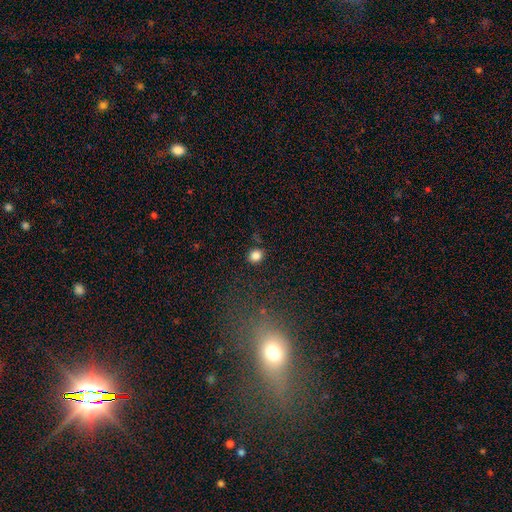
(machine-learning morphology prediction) smooth 83%, star or artifact 12%, featured or disk 5%. Down the decision tree: how rounded — round (73%); merging — none (84%).